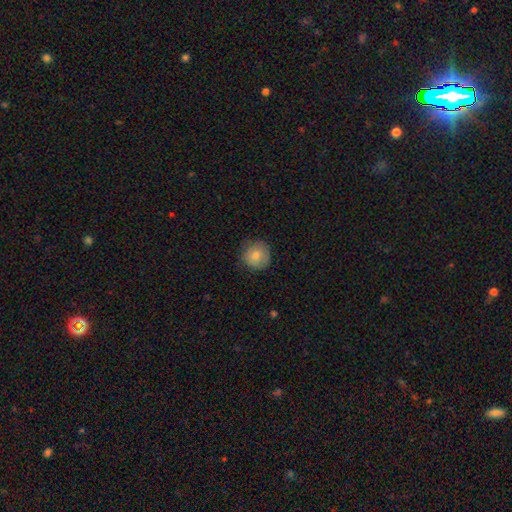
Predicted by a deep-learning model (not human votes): Overall: smooth (81%). How rounded: round (93%). Merging: none (80%).